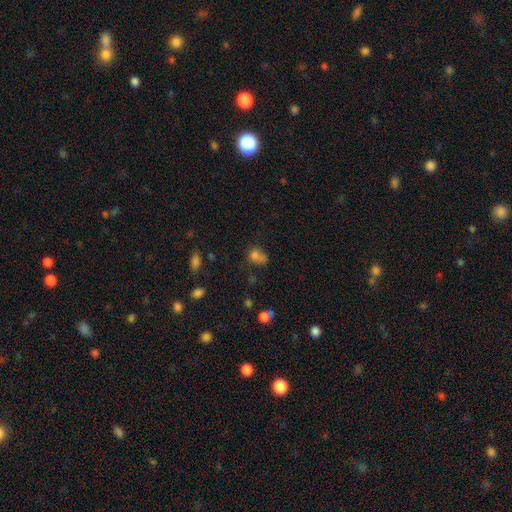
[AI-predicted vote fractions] Smooth or featured: smooth — 73% (star or artifact — 15%)
How rounded: round — 52% (in between — 46%)
Merging: none — 37% (merger — 28%)